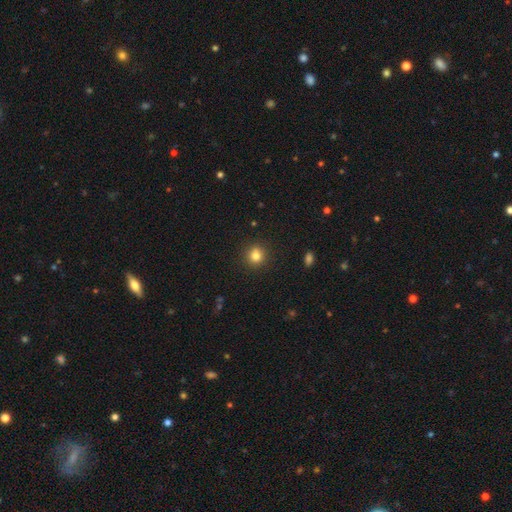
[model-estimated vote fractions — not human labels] Overall: smooth (83%). How rounded: round (87%). Merging: none (90%).